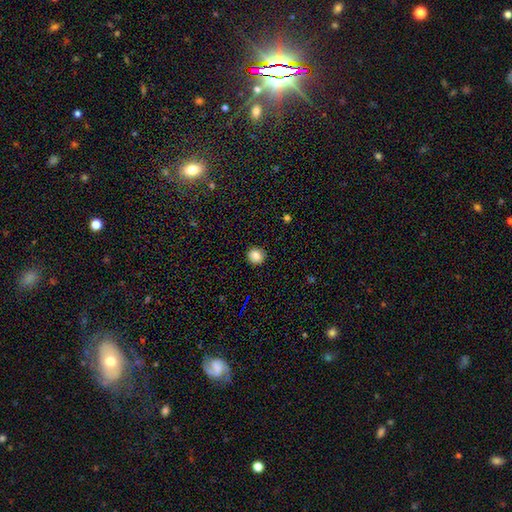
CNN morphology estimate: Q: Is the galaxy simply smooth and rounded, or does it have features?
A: smooth — 84%.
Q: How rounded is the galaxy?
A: round — 92%.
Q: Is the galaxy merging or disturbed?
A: none — 92%.